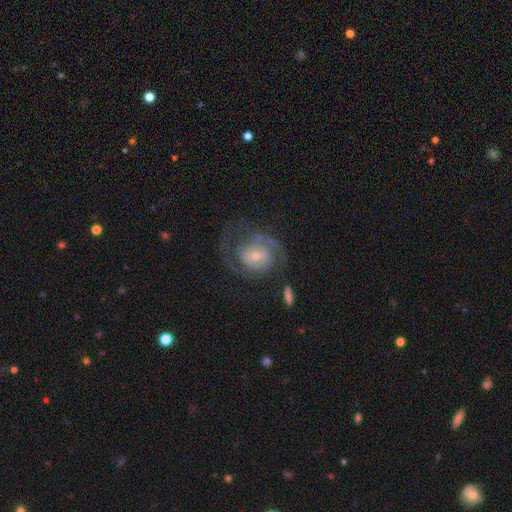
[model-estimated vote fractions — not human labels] This appears to be a featured or disk galaxy (83%) with no bar (64%), 2 (73%) medium (44%) spiral arms (93%) and a small central bulge (62%). Merging: none (61%).